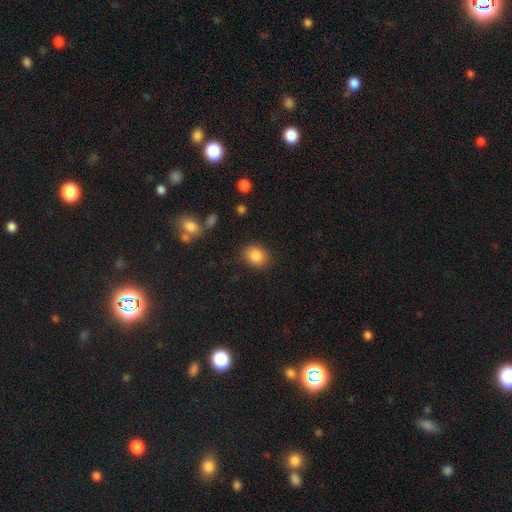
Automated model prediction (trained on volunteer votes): Smooth or featured? smooth (85%)
How rounded? in between (50%)
Merging? none (86%)